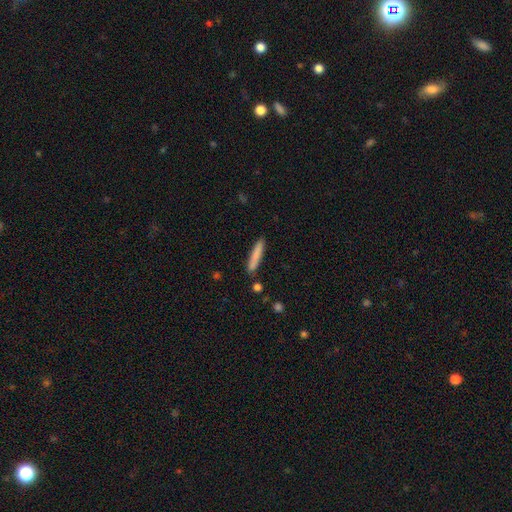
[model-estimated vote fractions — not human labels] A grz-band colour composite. It shows a smooth galaxy with no disk features (82%) that is cigar-shaped (92%). Merging: none (86%).